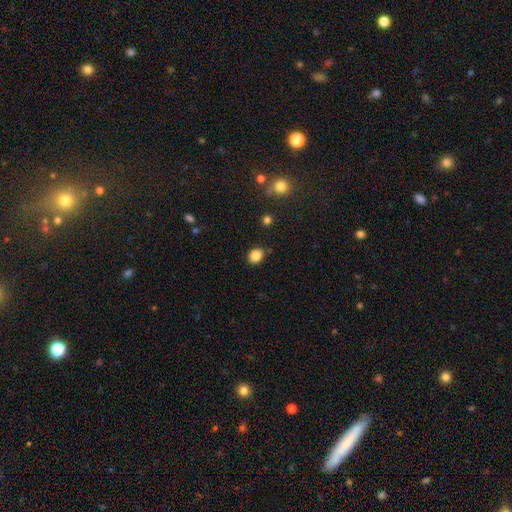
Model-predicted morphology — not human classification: smooth-or-featured: smooth: 86% | star or artifact: 11% | featured or disk: 4%
  how-rounded: round: 60% | in between: 39% | cigar-shaped: 1%
  merging: none: 78% | minor disturbance: 16% | major disturbance: 3% | merger: 3%